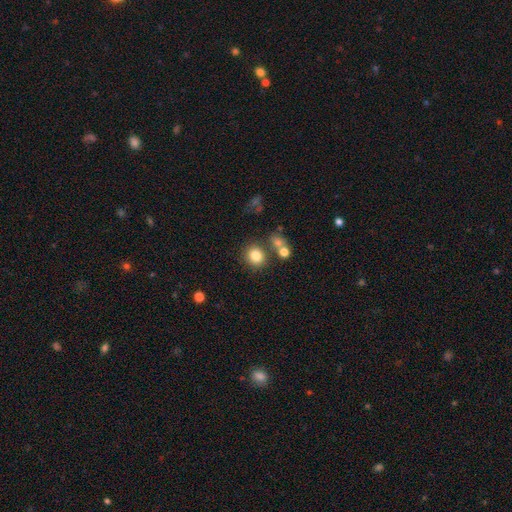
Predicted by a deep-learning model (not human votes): A smooth galaxy with no disk features (81%) that is round (82%). Merging: none (74%).